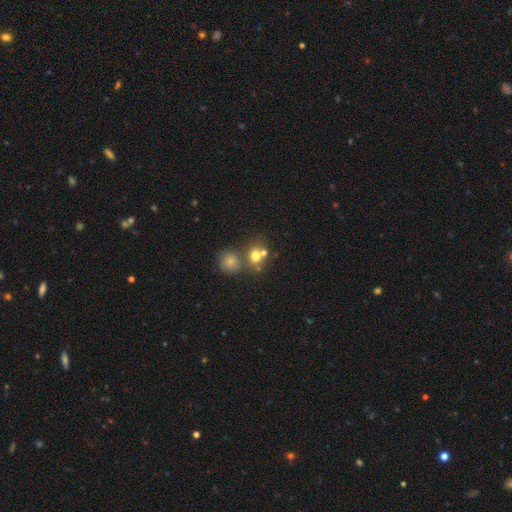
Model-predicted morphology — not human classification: Q: Smooth or featured?
A: smooth (70%); runner-up: star or artifact (16%)
Q: How rounded?
A: round (75%); runner-up: in between (24%)
Q: Merging?
A: none (45%); runner-up: merger (42%)